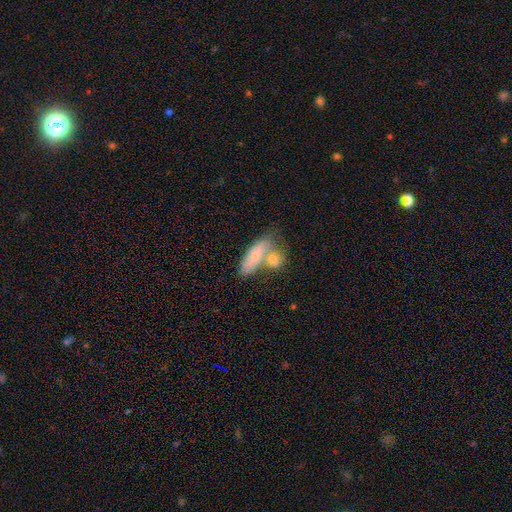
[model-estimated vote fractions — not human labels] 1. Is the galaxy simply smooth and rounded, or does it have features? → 72% smooth, 21% featured or disk, 7% star or artifact.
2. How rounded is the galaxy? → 63% in between, 31% cigar-shaped, 6% round.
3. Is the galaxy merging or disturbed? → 44% merger, 37% none, 13% minor disturbance, 5% major disturbance.